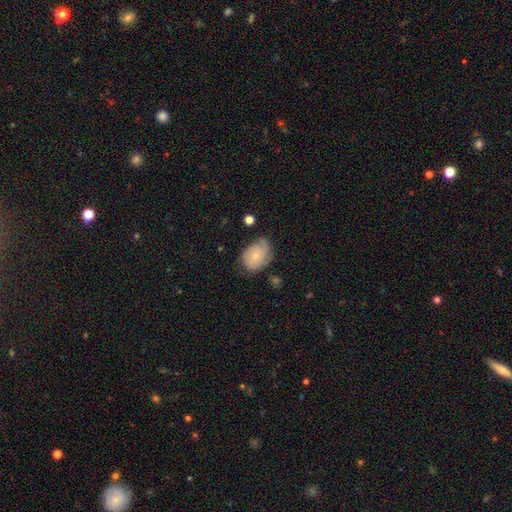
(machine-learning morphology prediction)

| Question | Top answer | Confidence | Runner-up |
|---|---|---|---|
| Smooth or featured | smooth | 47% | featured or disk (46%) |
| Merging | none | 48% | minor disturbance (35%) |